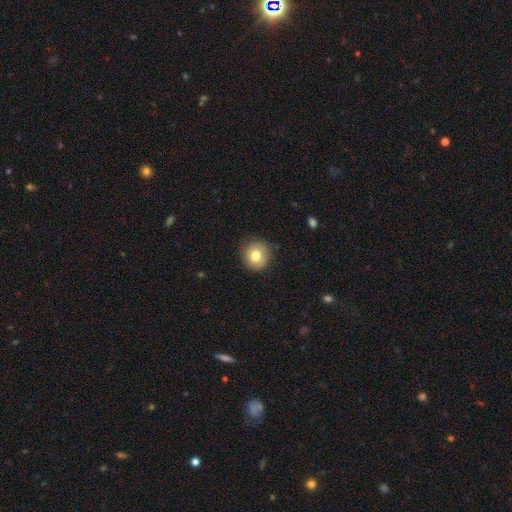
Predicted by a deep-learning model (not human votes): Q: Smooth or featured?
A: smooth (78%); runner-up: featured or disk (12%)
Q: How rounded?
A: round (87%); runner-up: in between (12%)
Q: Merging?
A: none (85%); runner-up: minor disturbance (11%)